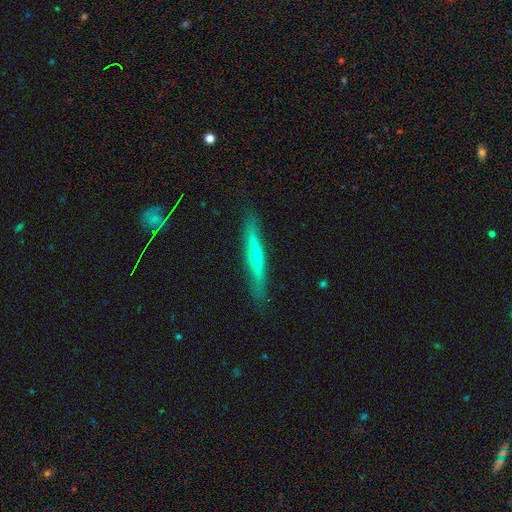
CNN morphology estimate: Smooth or featured?
  - featured or disk: 65% *
  - smooth: 28%
  - star or artifact: 7%
Edge-on disk?
  - yes: 93% *
  - no: 7%
Edge-on bulge?
  - rounded: 73% *
  - none: 24%
  - boxy: 3%
Merging?
  - none: 87% *
  - minor disturbance: 10%
  - major disturbance: 2%
  - merger: 1%